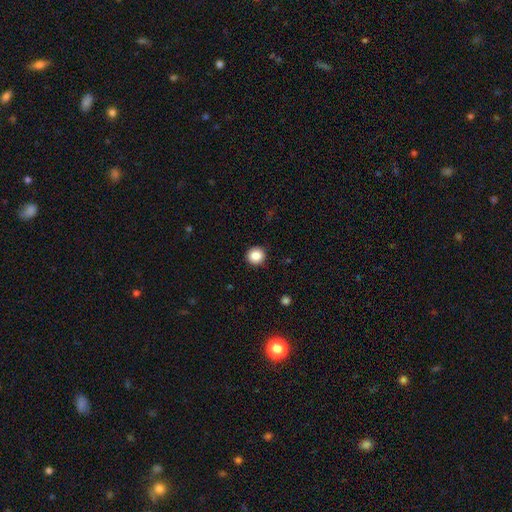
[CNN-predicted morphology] Smooth or featured?
  - smooth: 86% *
  - star or artifact: 10%
  - featured or disk: 4%
How rounded?
  - round: 94% *
  - in between: 5%
  - cigar-shaped: 1%
Merging?
  - none: 92% *
  - minor disturbance: 5%
  - major disturbance: 2%
  - merger: 1%